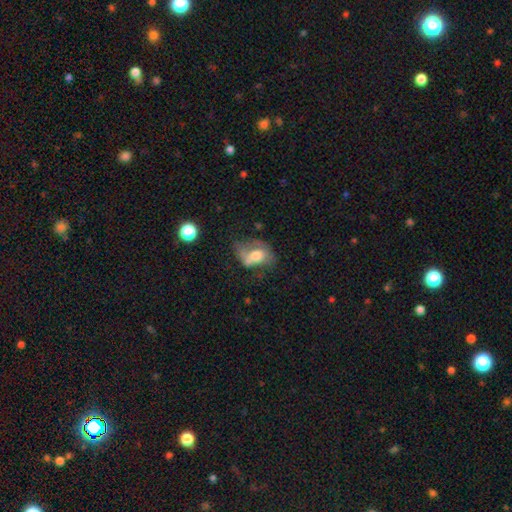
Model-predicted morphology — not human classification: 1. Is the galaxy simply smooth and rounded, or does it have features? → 53% smooth, 38% featured or disk, 9% star or artifact.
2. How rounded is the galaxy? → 78% in between, 20% round, 2% cigar-shaped.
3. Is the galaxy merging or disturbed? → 34% major disturbance, 28% minor disturbance, 28% none, 10% merger.